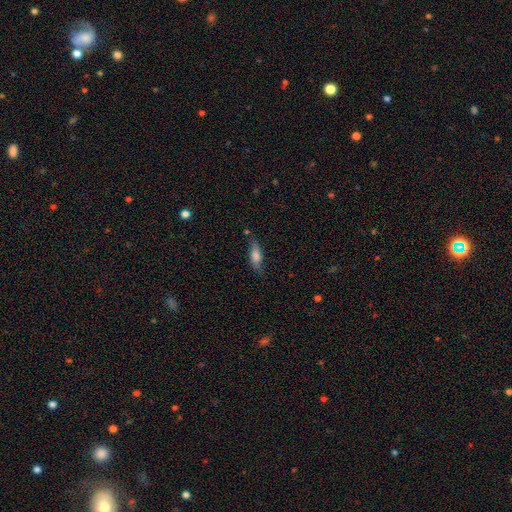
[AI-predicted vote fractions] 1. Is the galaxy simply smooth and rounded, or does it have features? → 70% smooth, 23% featured or disk, 8% star or artifact.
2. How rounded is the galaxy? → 54% in between, 44% cigar-shaped, 3% round.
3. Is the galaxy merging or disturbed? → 64% none, 26% minor disturbance, 7% major disturbance, 4% merger.